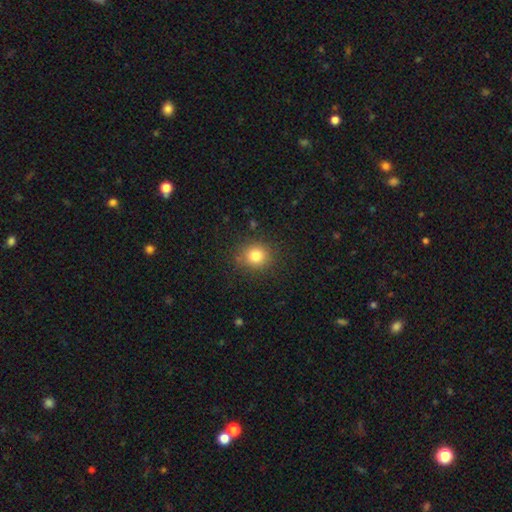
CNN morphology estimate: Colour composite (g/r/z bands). It shows a smooth galaxy with no disk features (81%) that is round (83%). Merging: none (86%).